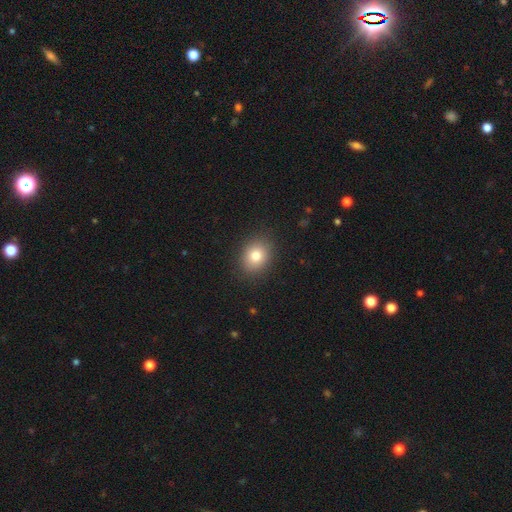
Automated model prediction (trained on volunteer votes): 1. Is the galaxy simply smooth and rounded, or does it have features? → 80% smooth, 11% star or artifact, 9% featured or disk.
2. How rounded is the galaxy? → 50% round, 49% in between, 1% cigar-shaped.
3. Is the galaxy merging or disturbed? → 88% none, 8% minor disturbance, 3% major disturbance, 1% merger.